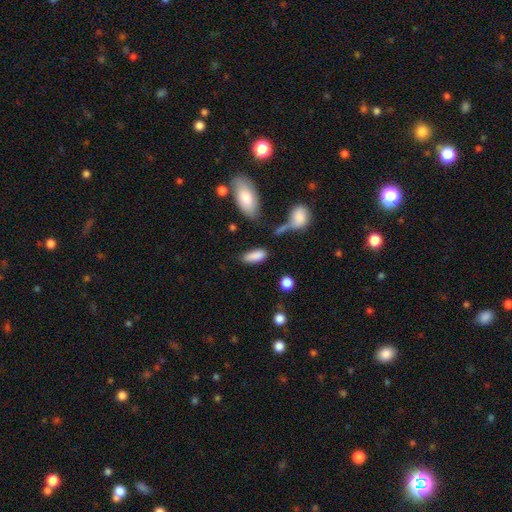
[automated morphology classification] type=smooth (86%); roundness=in between (80%); merging=none (71%).